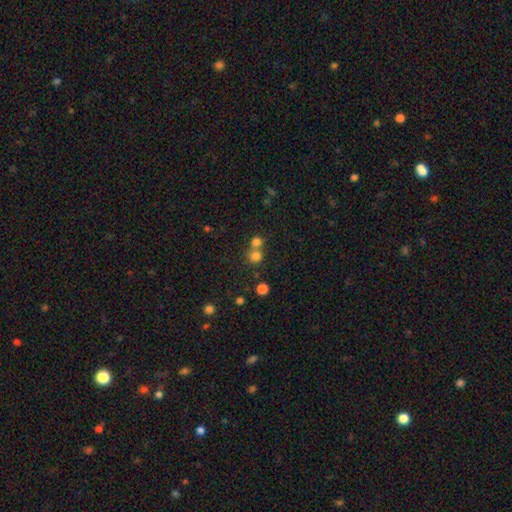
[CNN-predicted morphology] Smooth or featured?
  - smooth: 76% *
  - star or artifact: 16%
  - featured or disk: 8%
How rounded?
  - round: 85% *
  - in between: 14%
  - cigar-shaped: 1%
Merging?
  - none: 48% *
  - merger: 43%
  - minor disturbance: 6%
  - major disturbance: 3%